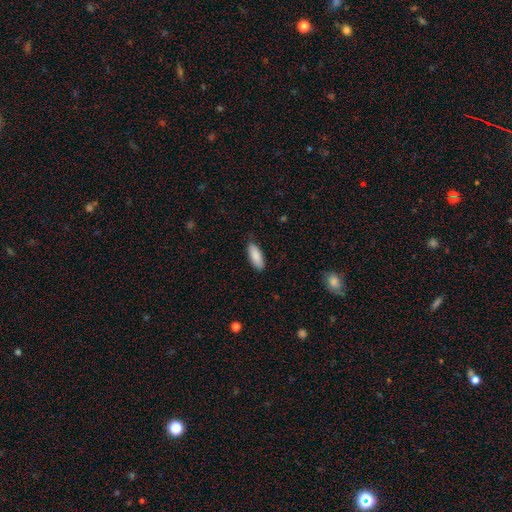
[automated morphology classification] This appears to be a smooth galaxy with no disk features (88%) that is in between round and cigar-shaped (75%). Merging: none (83%).